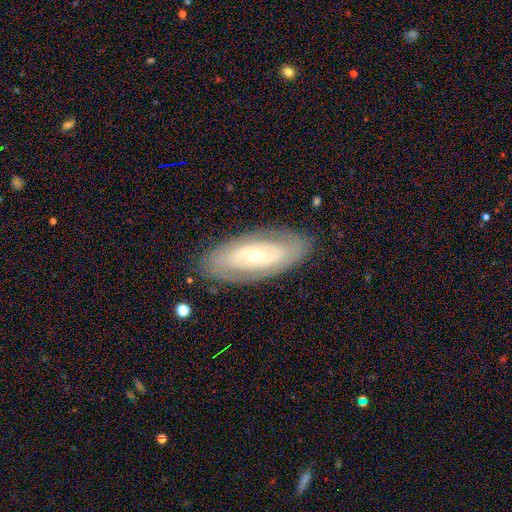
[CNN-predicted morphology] smooth-or-featured: featured or disk: 69% | smooth: 25% | star or artifact: 6%
  disk-edge-on: no: 87% | yes: 13%
    bar: no: 71% | weak: 19% | strong: 10%
    has-spiral-arms: no: 52% | yes: 48%
    bulge-size: small: 49% | moderate: 46% | large: 3% | dominant: 1% | none: 1%
  merging: none: 83% | minor disturbance: 11% | major disturbance: 4% | merger: 1%